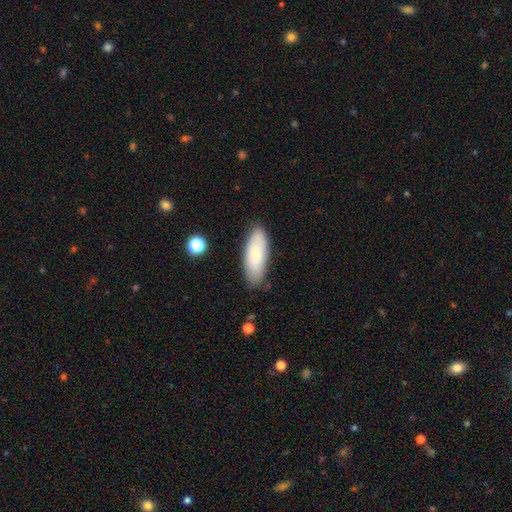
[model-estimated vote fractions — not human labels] smooth-or-featured: smooth: 68% | featured or disk: 26% | star or artifact: 7%
  how-rounded: in between: 75% | cigar-shaped: 23% | round: 2%
  merging: none: 80% | minor disturbance: 15% | major disturbance: 3% | merger: 2%